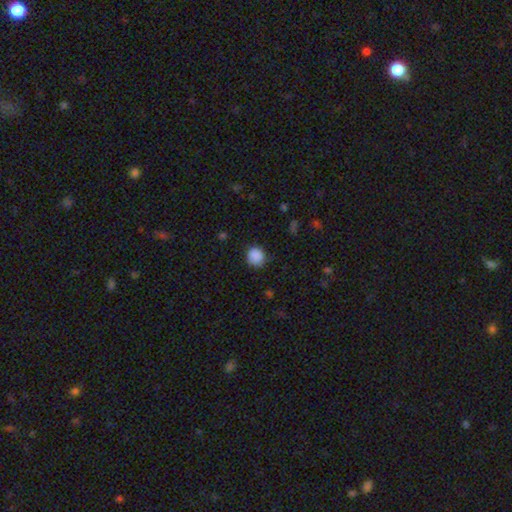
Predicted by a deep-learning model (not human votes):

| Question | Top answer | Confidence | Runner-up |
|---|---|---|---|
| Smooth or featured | smooth | 88% | star or artifact (9%) |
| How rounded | round | 83% | in between (16%) |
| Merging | none | 78% | minor disturbance (17%) |